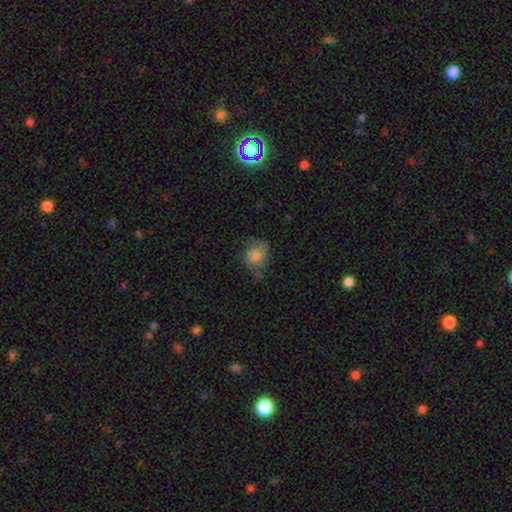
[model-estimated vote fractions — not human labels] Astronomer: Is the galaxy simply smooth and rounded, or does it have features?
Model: smooth — 67%.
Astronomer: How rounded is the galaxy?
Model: round — 57% (runner-up: in between, 42%).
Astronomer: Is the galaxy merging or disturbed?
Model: none — 50% (runner-up: minor disturbance, 33%).